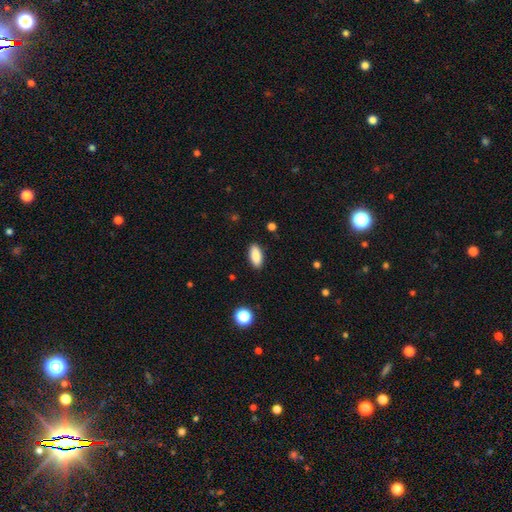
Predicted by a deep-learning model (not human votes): Smooth or featured: smooth — 87% (star or artifact — 7%)
How rounded: in between — 84% (cigar-shaped — 14%)
Merging: none — 89% (minor disturbance — 8%)